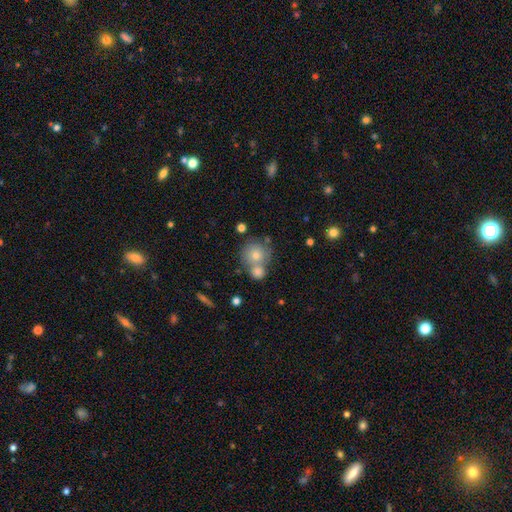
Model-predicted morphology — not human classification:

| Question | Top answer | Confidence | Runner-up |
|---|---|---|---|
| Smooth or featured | smooth | 74% | featured or disk (17%) |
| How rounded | round | 88% | in between (11%) |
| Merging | none | 47% | merger (40%) |